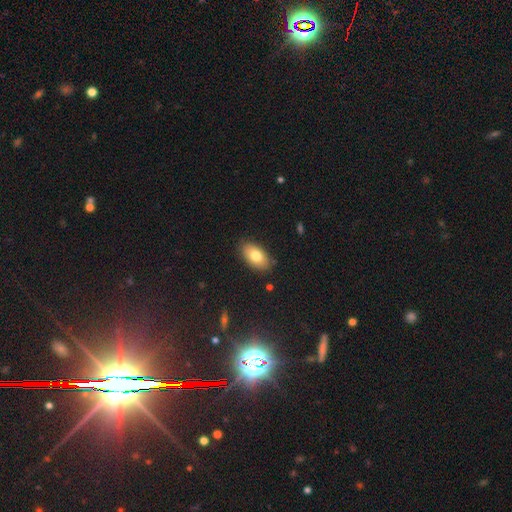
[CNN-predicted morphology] Smooth or featured? smooth (77%)
How rounded? in between (93%)
Merging? none (85%)